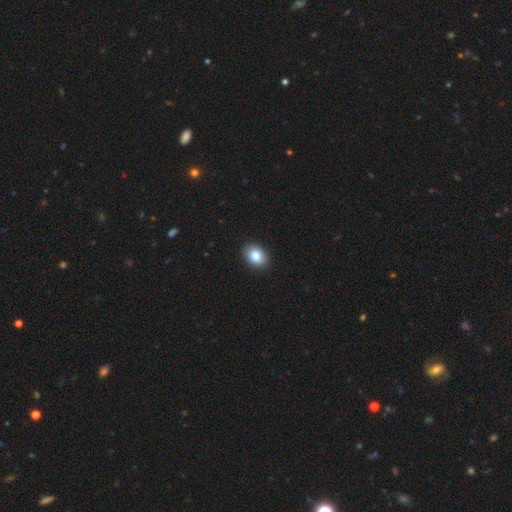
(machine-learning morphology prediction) smooth-or-featured: smooth: 83% | star or artifact: 9% | featured or disk: 8%
  how-rounded: in between: 69% | round: 30% | cigar-shaped: 1%
  merging: none: 91% | minor disturbance: 6% | major disturbance: 2% | merger: 1%